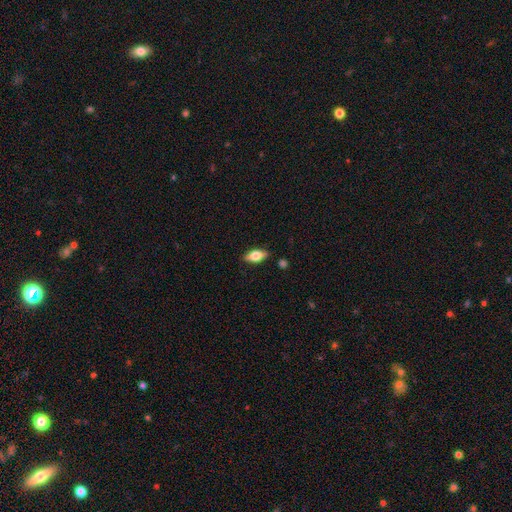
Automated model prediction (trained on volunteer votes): Morphology: type=smooth (65%); roundness=in between (83%); merging=none (84%).